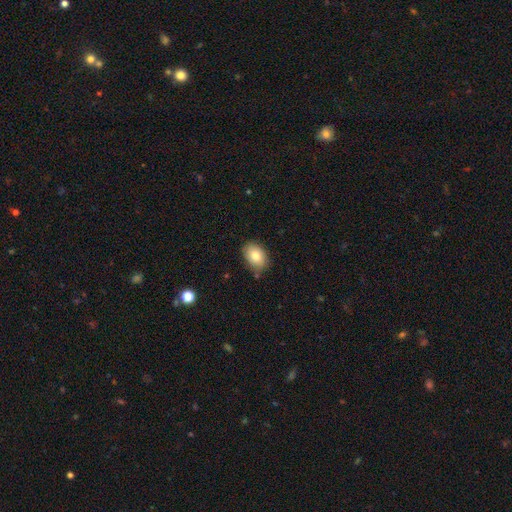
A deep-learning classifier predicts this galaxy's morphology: Smooth or featured: smooth — 81% (featured or disk — 11%)
How rounded: in between — 80% (round — 19%)
Merging: none — 78% (minor disturbance — 17%)